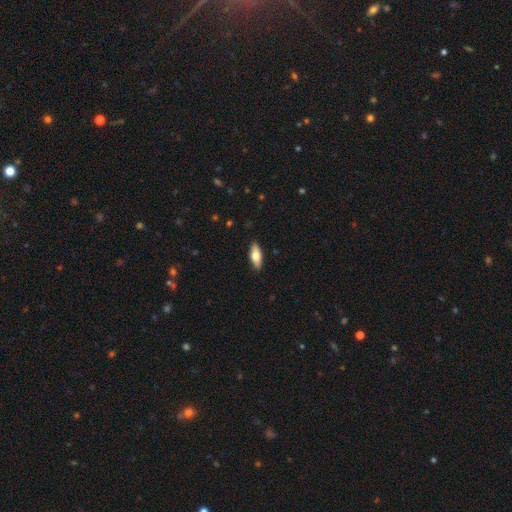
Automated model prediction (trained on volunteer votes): smooth-or-featured: smooth: 68% | featured or disk: 26% | star or artifact: 6%
  how-rounded: in between: 73% | cigar-shaped: 25% | round: 2%
  merging: none: 89% | minor disturbance: 9% | major disturbance: 2% | merger: 1%